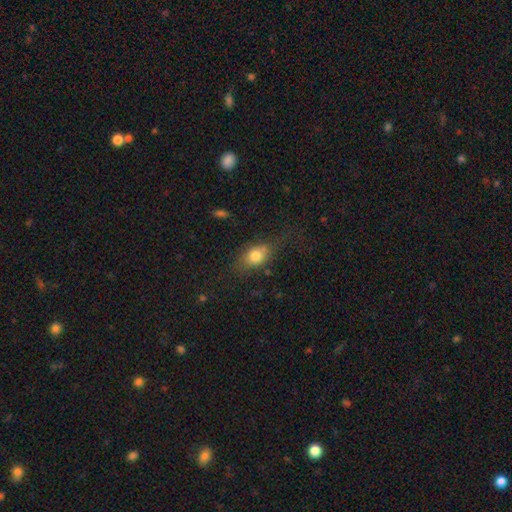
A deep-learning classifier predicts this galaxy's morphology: The model was most divided on "merging": none: 57%, minor disturbance: 24%, major disturbance: 14%, merger: 4%. More confident: smooth or featured — smooth (77%); how rounded — in between (69%).